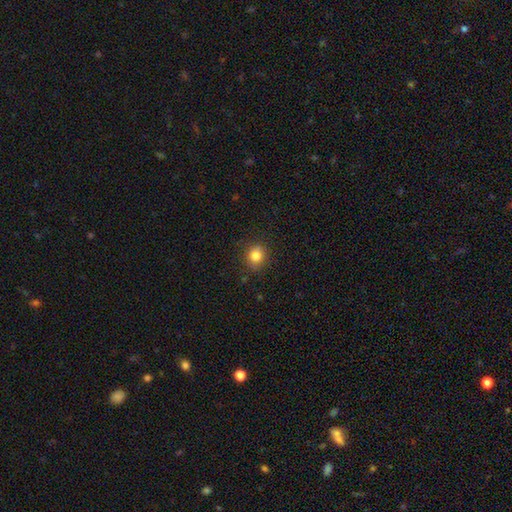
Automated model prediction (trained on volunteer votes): A smooth galaxy with no disk features (83%) that is round (81%).

Vote fractions:
- Smooth or featured? smooth: 83% / star or artifact: 11% / featured or disk: 6%
- How rounded? round: 81% / in between: 18% / cigar-shaped: 1%
- Merging? none: 85% / minor disturbance: 11% / major disturbance: 3% / merger: 1%